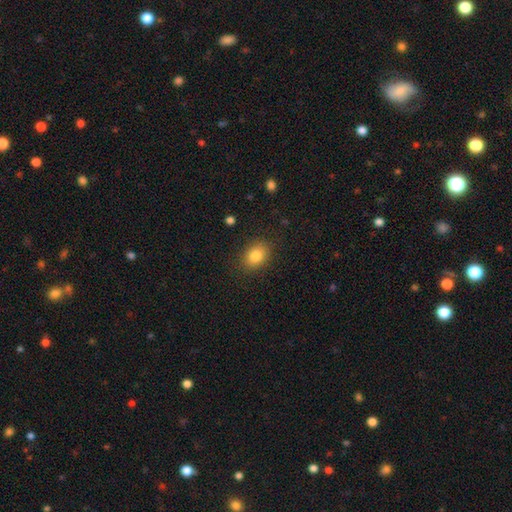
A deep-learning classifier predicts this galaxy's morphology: The model was most divided on "how rounded": in between: 71%, round: 28%, cigar-shaped: 1%. More confident: merging — none (85%); smooth or featured — smooth (84%).